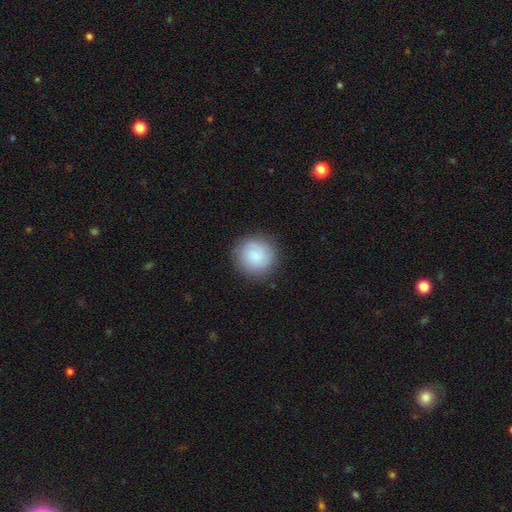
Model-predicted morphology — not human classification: This appears to be a smooth galaxy with no disk features (75%) that is round (94%). Merging: none (87%).